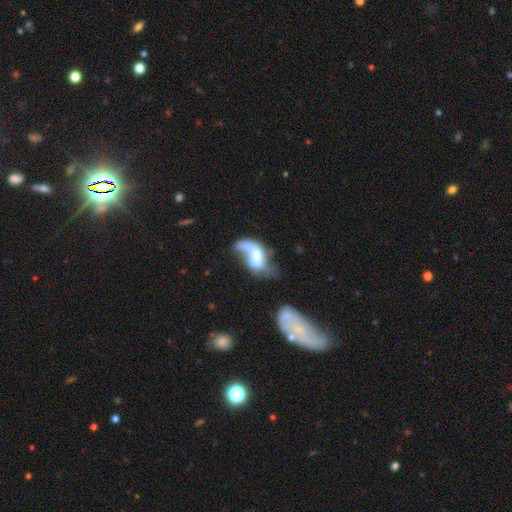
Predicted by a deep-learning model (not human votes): Smooth or featured: featured or disk — 59% (smooth — 33%)
Edge-on disk: no — 95% (yes — 5%)
Bar: no — 44% (weak — 40%)
Spiral arms: yes — 72% (no — 28%)
Bulge size: moderate — 38% (small — 25%)
Merging: major disturbance — 41% (none — 23%)